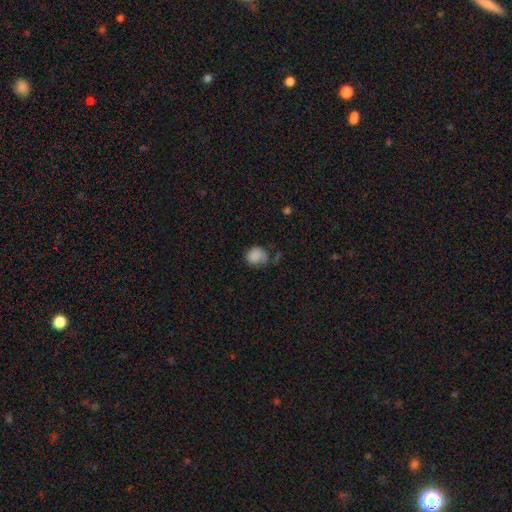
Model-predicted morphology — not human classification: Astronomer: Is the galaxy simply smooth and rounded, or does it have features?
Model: smooth — 84%.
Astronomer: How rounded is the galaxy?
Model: round — 69%.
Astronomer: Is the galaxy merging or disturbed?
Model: none — 53% (runner-up: minor disturbance, 29%).